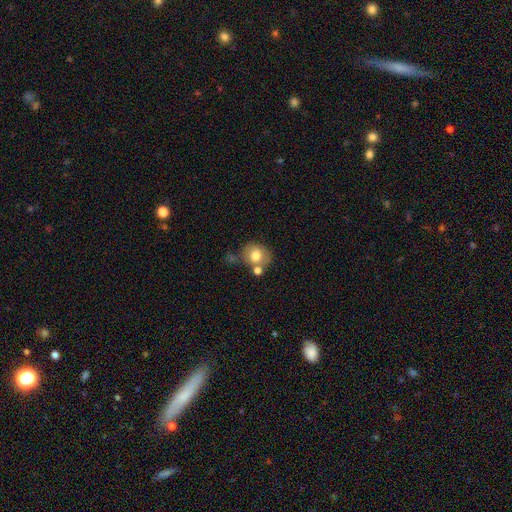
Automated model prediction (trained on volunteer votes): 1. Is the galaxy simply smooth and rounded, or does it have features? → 75% smooth, 15% featured or disk, 10% star or artifact.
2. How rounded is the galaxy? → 74% round, 25% in between, 1% cigar-shaped.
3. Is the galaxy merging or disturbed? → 57% none, 23% merger, 15% minor disturbance, 5% major disturbance.